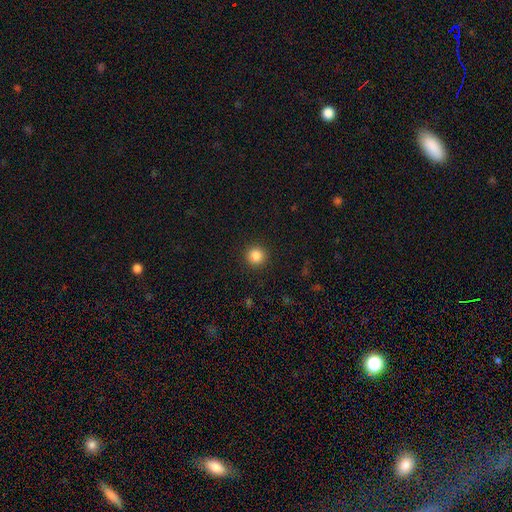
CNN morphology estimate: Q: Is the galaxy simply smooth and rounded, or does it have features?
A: smooth — 86%.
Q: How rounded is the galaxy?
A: round — 94%.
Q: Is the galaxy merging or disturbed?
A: none — 92%.